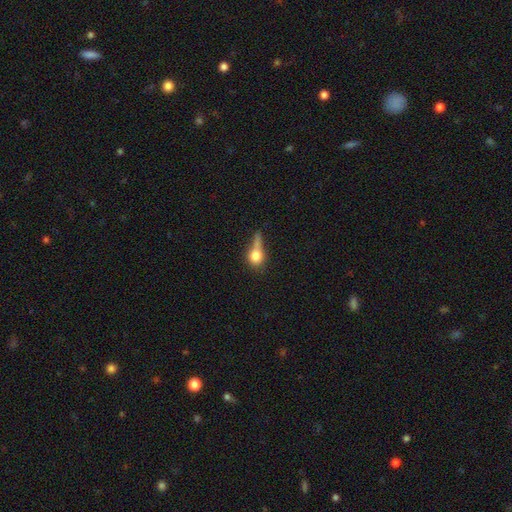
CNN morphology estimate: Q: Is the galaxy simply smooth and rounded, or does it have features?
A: smooth — 73%.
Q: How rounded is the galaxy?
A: round — 60%.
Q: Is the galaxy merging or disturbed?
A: none — 29%.